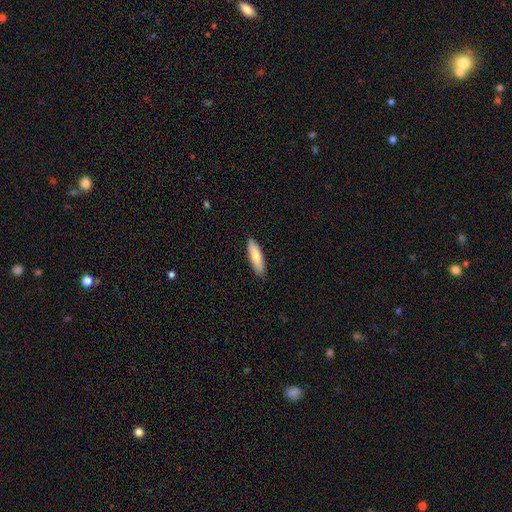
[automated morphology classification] Q: Smooth or featured?
A: smooth (77%); runner-up: featured or disk (18%)
Q: How rounded?
A: cigar-shaped (54%); runner-up: in between (44%)
Q: Merging?
A: none (89%); runner-up: minor disturbance (9%)